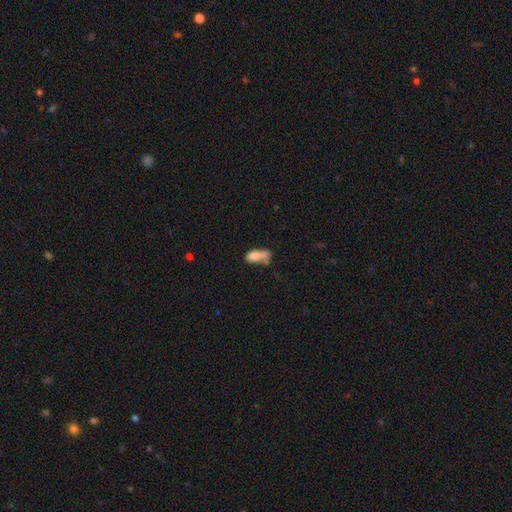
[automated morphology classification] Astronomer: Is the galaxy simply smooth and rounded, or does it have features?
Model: smooth — 73%.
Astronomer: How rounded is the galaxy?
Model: in between — 83%.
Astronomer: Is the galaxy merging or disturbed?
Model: merger — 51%.